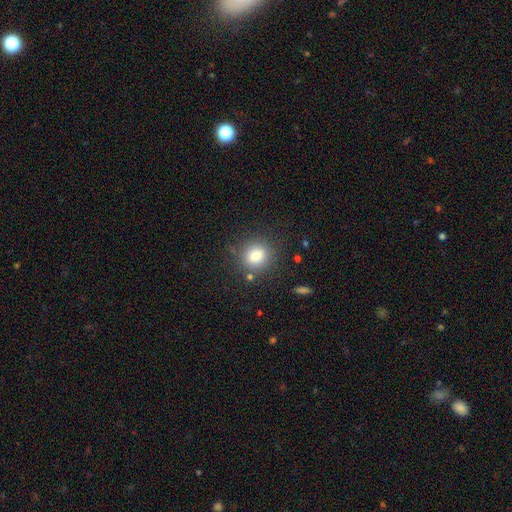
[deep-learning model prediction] This is clearly a smooth galaxy (82%). How rounded: likely round (73%). Merging: clearly none (81%).